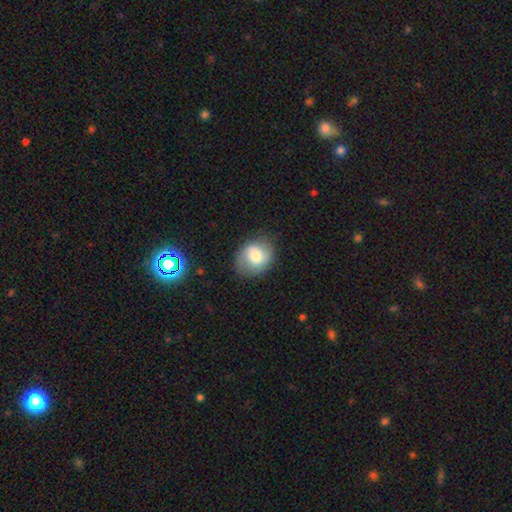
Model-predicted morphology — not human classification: A smooth galaxy with no disk features (65%) that is round (61%).

Vote fractions:
- Smooth or featured? smooth: 65% / featured or disk: 27% / star or artifact: 8%
- How rounded? round: 61% / in between: 38% / cigar-shaped: 1%
- Merging? none: 75% / minor disturbance: 18% / major disturbance: 6% / merger: 1%